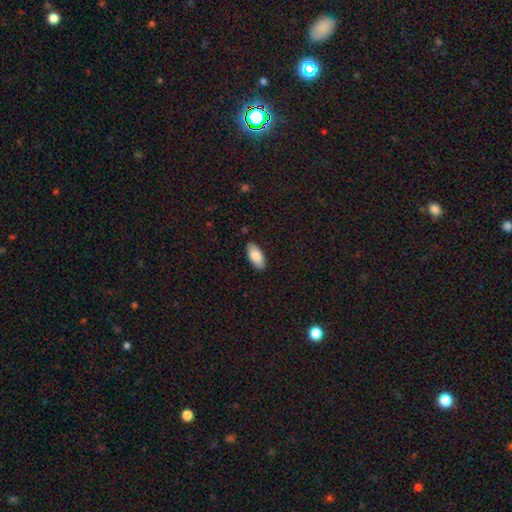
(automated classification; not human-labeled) smooth-or-featured: smooth: 87% | featured or disk: 7% | star or artifact: 6%
  how-rounded: in between: 91% | cigar-shaped: 8% | round: 2%
  merging: none: 87% | minor disturbance: 10% | major disturbance: 2% | merger: 1%